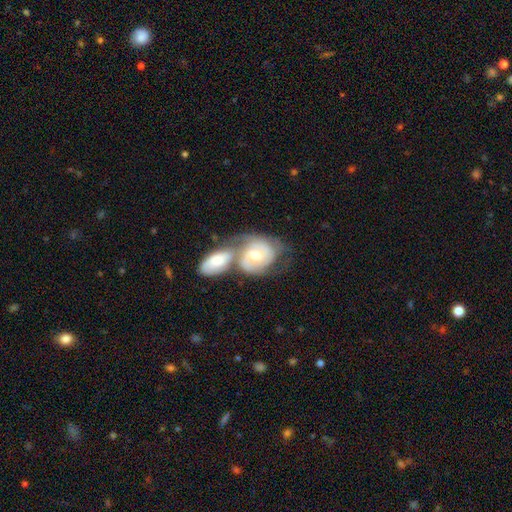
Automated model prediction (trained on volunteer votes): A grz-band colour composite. It shows a featured or disk galaxy (68%) with no bar (69%), 2 (61%) tight (51%) spiral arms (86%) and a moderate central bulge (67%). Merging: merger (61%).